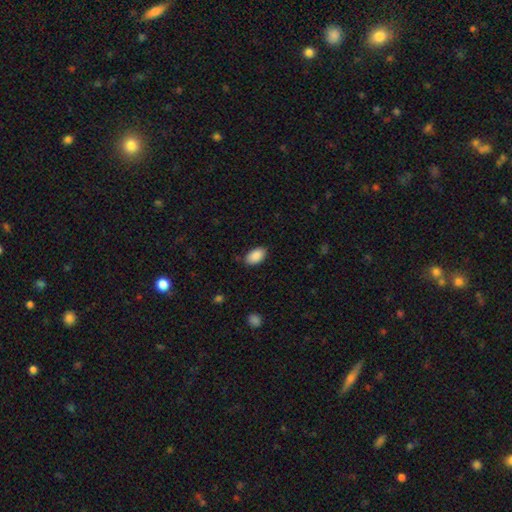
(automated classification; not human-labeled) This is clearly a smooth galaxy (90%). How rounded: clearly in between (93%). Merging: clearly none (84%).